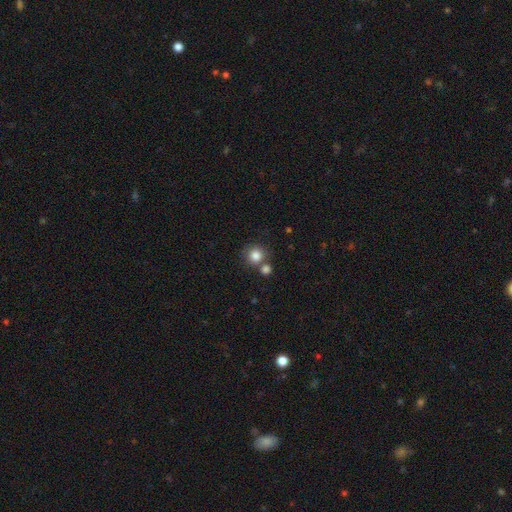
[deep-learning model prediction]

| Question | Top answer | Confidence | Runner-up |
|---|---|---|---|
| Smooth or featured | smooth | 83% | star or artifact (10%) |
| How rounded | round | 90% | in between (9%) |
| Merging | none | 63% | merger (24%) |